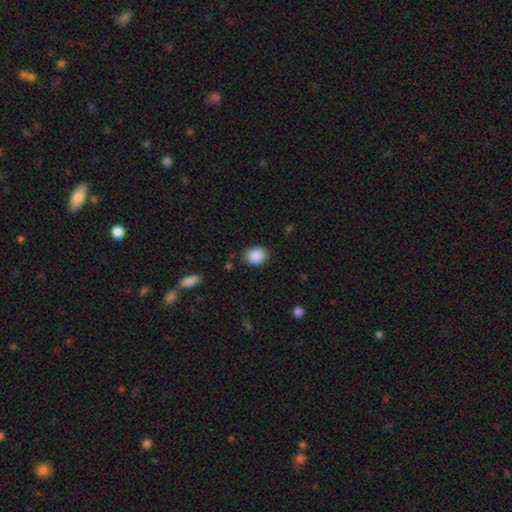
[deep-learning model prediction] Smooth or featured? Predicted: smooth (p=0.89). How rounded? Predicted: in between (p=0.57). Merging? Predicted: none (p=0.85).